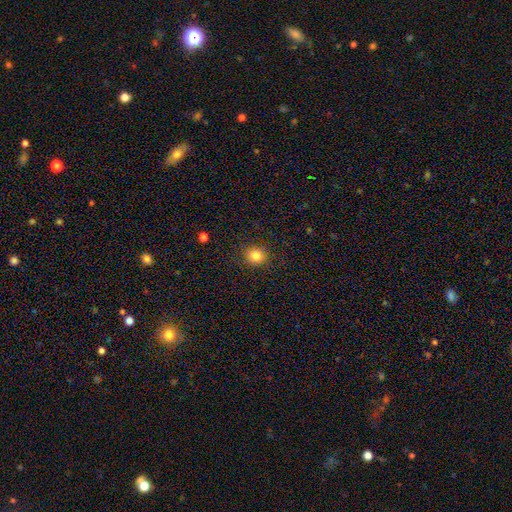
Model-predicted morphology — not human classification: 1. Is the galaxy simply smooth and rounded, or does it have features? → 83% smooth, 11% star or artifact, 5% featured or disk.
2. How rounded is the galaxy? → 81% round, 18% in between, 1% cigar-shaped.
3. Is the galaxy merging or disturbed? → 88% none, 8% minor disturbance, 3% major disturbance, 1% merger.